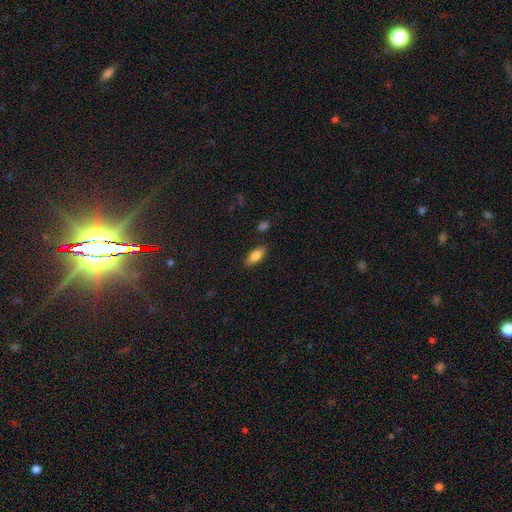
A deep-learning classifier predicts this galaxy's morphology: Smooth or featured? Predicted: smooth (p=0.81). How rounded? Predicted: in between (p=0.73). Merging? Predicted: none (p=0.84).